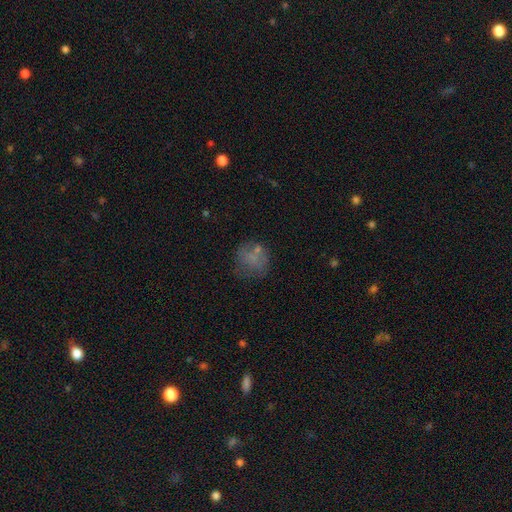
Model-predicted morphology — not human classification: Q: Smooth or featured?
A: smooth (58%); runner-up: featured or disk (22%)
Q: How rounded?
A: round (79%); runner-up: in between (20%)
Q: Merging?
A: none (60%); runner-up: minor disturbance (19%)